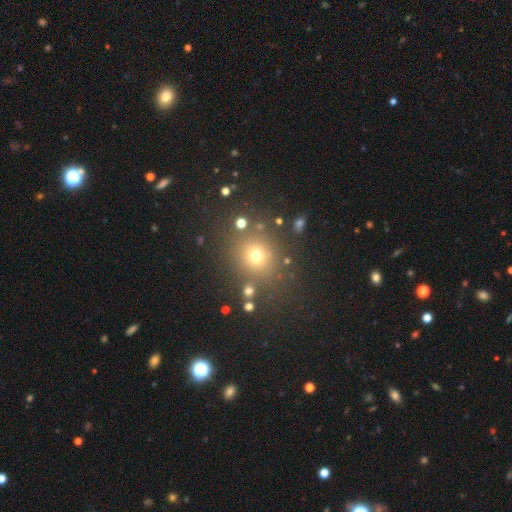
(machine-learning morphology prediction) This is likely a smooth galaxy (69%). How rounded: clearly round (82%). Merging: likely none (80%).